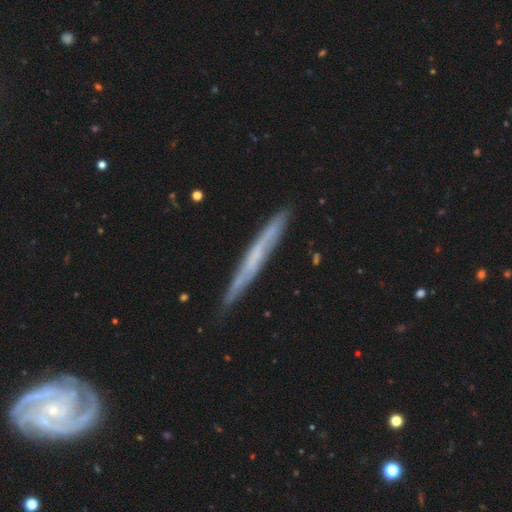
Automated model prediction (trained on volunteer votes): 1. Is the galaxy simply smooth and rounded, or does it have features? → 58% featured or disk, 35% smooth, 7% star or artifact.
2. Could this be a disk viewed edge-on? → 90% yes, 10% no.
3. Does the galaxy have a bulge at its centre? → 85% none, 10% rounded, 5% boxy.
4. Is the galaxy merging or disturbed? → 83% none, 14% minor disturbance, 2% major disturbance, 2% merger.